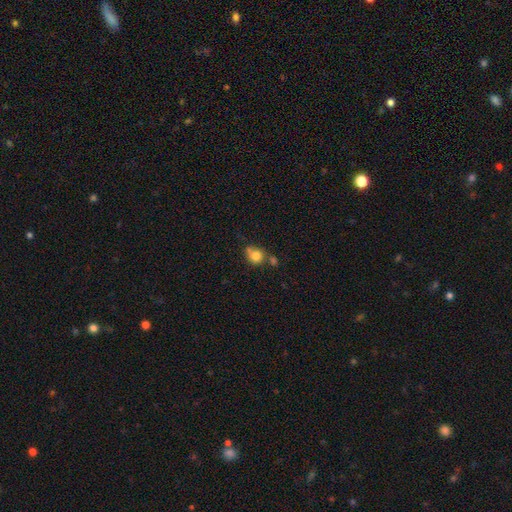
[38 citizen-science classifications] smooth_or_featured: smooth (p=0.89) [alt: featured or disk p=0.05]
how_rounded: round (p=0.88) [alt: in between p=0.12]
merging: none (p=0.50) [alt: merger p=0.25]